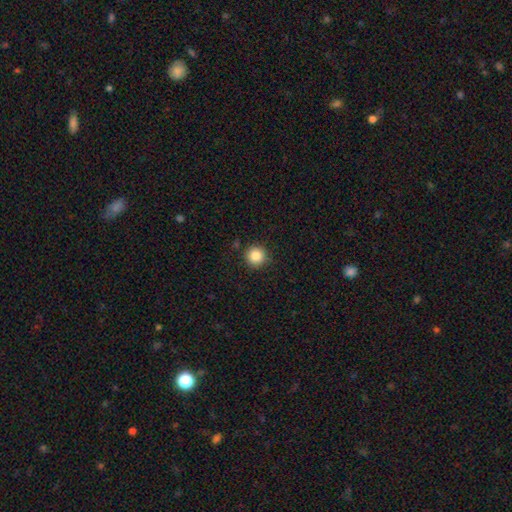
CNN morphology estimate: Smooth or featured: smooth — 85% (star or artifact — 10%)
How rounded: round — 96% (in between — 3%)
Merging: none — 90% (minor disturbance — 7%)